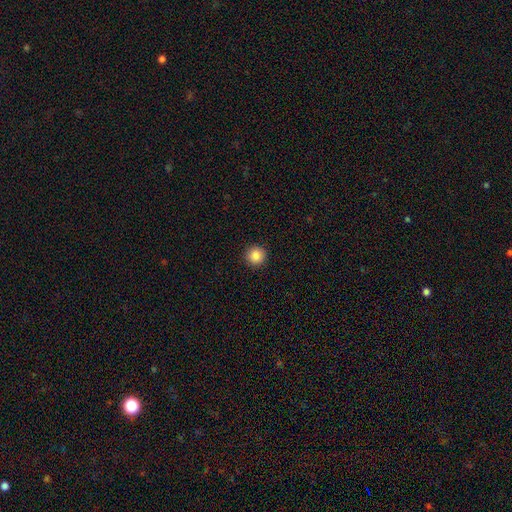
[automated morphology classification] This appears to be a smooth galaxy with no disk features (87%) that is round (95%). Merging: none (93%).